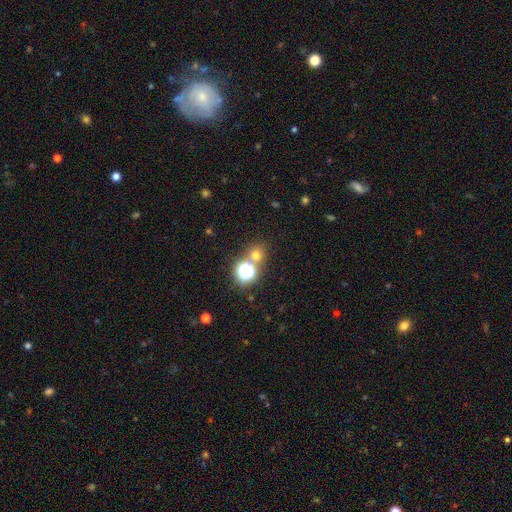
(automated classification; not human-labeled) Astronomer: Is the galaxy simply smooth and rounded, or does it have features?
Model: smooth — 64%.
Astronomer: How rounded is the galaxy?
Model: round — 87%.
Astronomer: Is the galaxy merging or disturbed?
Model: none — 69%.